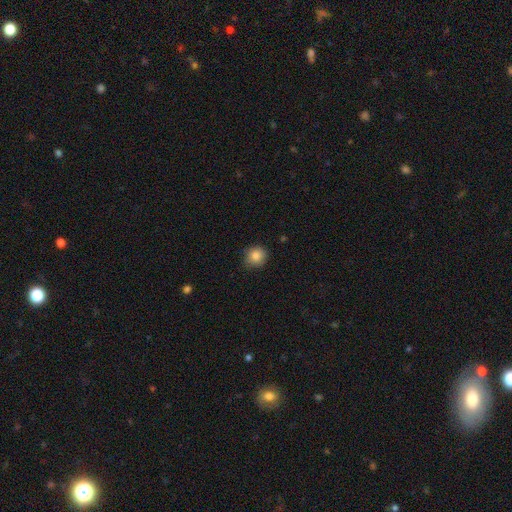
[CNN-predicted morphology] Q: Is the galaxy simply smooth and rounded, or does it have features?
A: smooth — 85%.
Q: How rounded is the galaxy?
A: round — 90%.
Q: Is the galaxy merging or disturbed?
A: none — 83%.